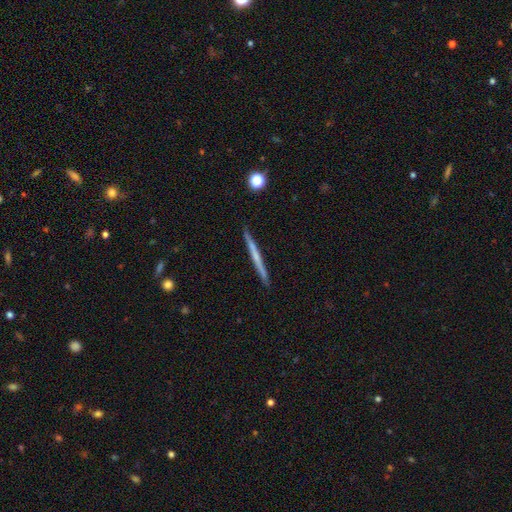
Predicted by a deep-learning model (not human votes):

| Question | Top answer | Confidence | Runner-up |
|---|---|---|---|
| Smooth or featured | featured or disk | 54% | smooth (41%) |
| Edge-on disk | yes | 98% | no (2%) |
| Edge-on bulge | none | 80% | rounded (15%) |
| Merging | none | 91% | minor disturbance (6%) |